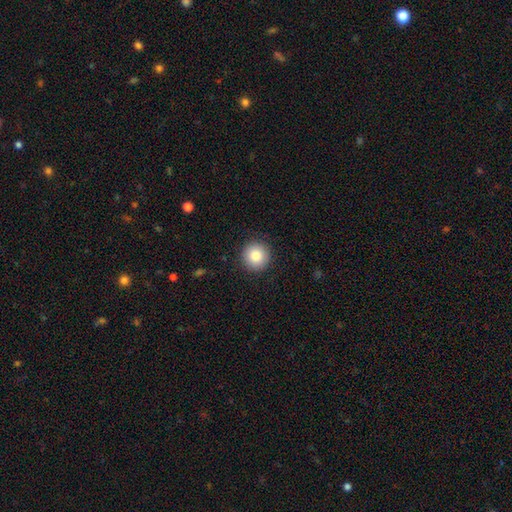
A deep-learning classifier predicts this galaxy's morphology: Smooth or featured? smooth (85%)
How rounded? round (95%)
Merging? none (91%)